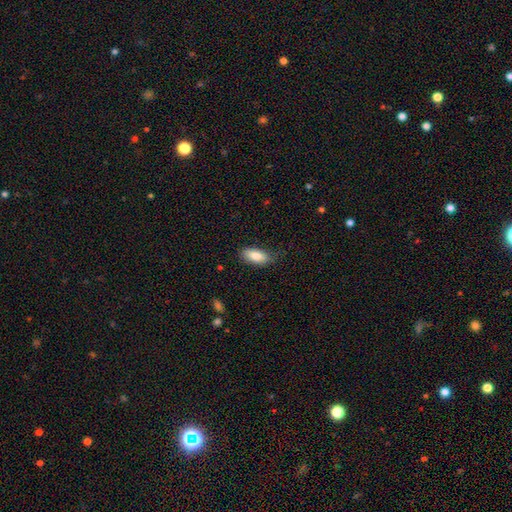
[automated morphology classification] type=smooth (85%); roundness=in between (86%); merging=none (74%).